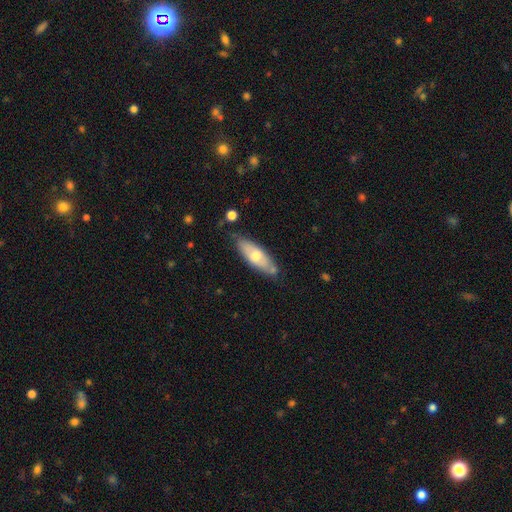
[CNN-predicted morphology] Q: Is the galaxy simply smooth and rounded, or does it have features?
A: smooth — 56%.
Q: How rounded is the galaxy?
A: in between — 62%.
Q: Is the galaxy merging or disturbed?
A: none — 69%.